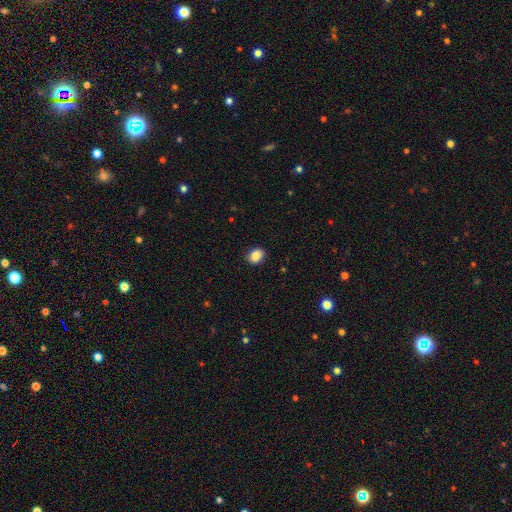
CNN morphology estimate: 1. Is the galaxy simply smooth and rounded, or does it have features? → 87% smooth, 9% star or artifact, 4% featured or disk.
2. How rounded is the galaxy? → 53% round, 46% in between, 1% cigar-shaped.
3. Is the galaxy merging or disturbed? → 86% none, 10% minor disturbance, 2% major disturbance, 1% merger.